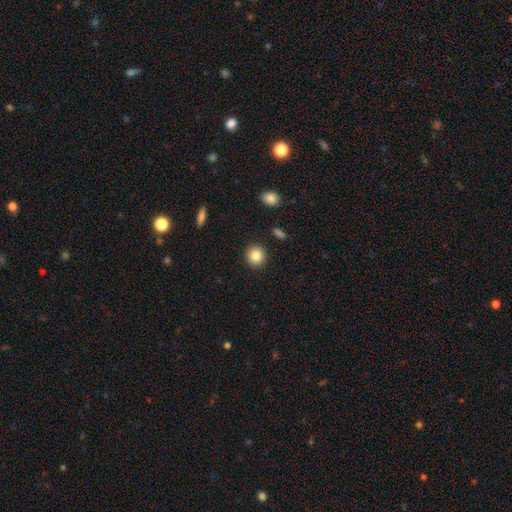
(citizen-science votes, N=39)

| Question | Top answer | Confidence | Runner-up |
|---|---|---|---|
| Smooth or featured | smooth | 92% | featured or disk (5%) |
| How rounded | round | 89% | in between (11%) |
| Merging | none | 97% | minor disturbance (3%) |